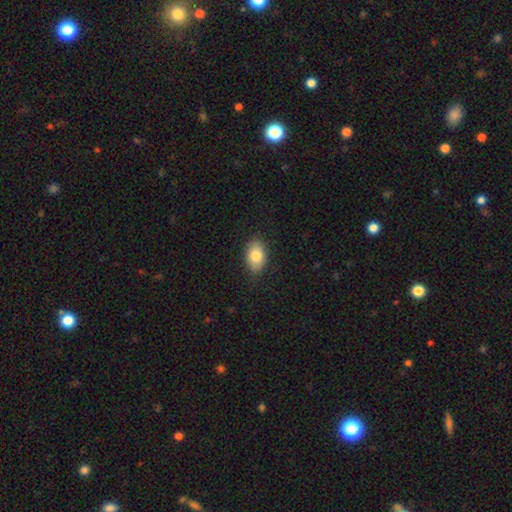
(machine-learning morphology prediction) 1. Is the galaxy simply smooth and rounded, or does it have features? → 81% smooth, 11% featured or disk, 7% star or artifact.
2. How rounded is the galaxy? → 88% in between, 11% round, 1% cigar-shaped.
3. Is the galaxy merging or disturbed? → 85% none, 11% minor disturbance, 2% major disturbance, 1% merger.